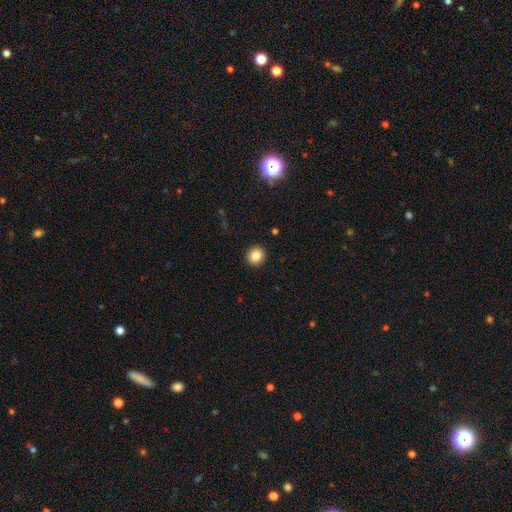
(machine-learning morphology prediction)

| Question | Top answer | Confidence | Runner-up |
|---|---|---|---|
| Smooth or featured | smooth | 85% | star or artifact (10%) |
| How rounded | round | 87% | in between (13%) |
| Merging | none | 93% | minor disturbance (5%) |